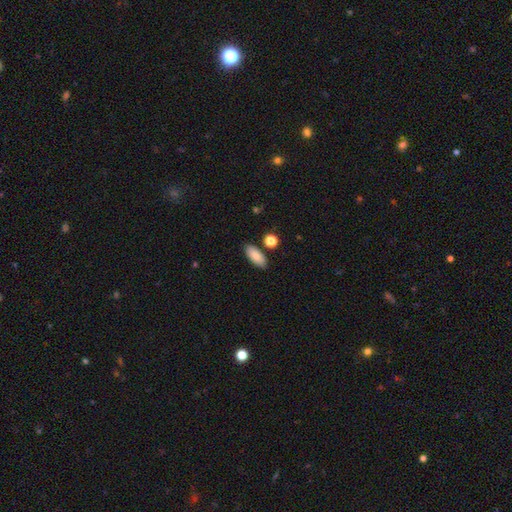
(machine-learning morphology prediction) type=smooth (84%); roundness=in between (85%); merging=none (84%).